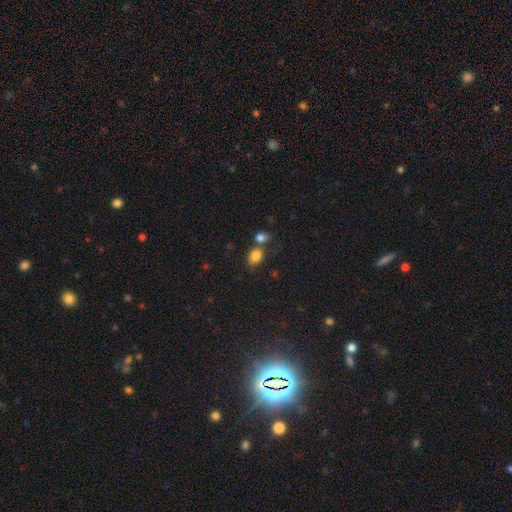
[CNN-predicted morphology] This appears to be a smooth galaxy with no disk features (83%) that is in between round and cigar-shaped (70%). Merging: none (51%).